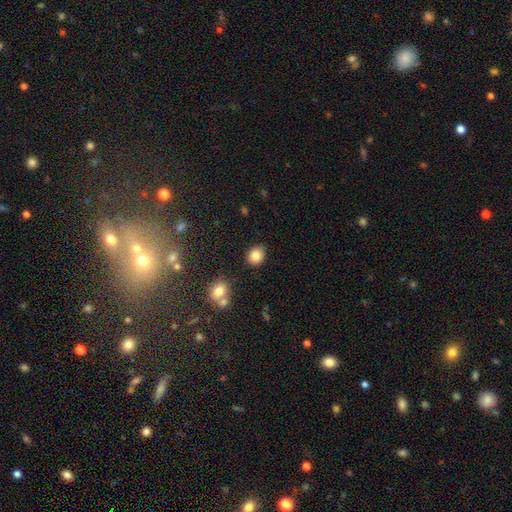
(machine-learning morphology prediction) smooth 83%, star or artifact 10%, featured or disk 6%. Down the decision tree: how rounded — round (64%); merging — none (83%).